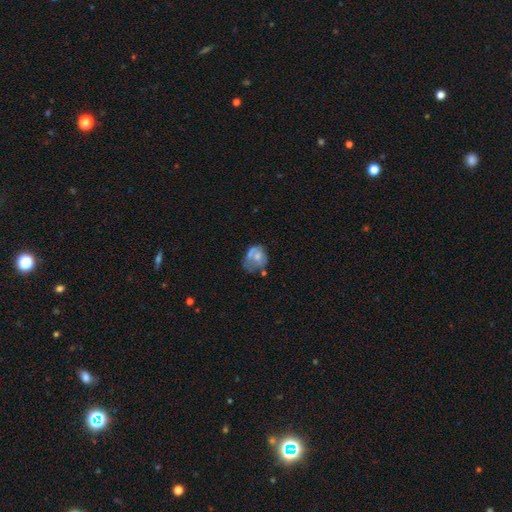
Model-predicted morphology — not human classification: A smooth galaxy with no disk features (46%). Merging: major disturbance (30%).